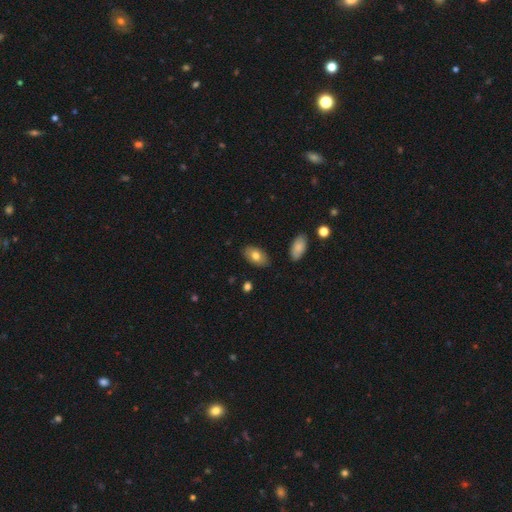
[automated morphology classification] Smooth or featured? smooth (77%)
How rounded? in between (93%)
Merging? none (85%)